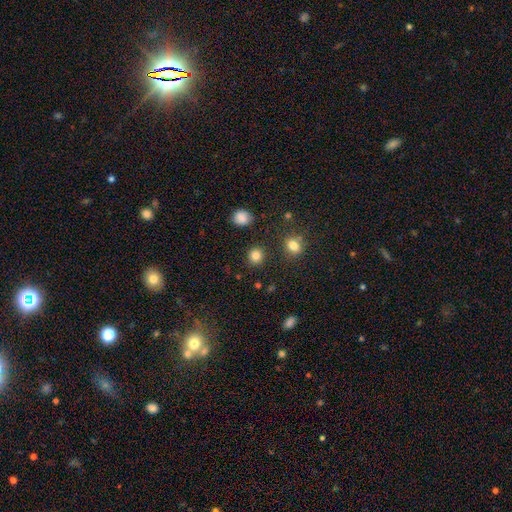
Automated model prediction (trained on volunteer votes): Morphology: type=smooth (83%); roundness=round (89%); merging=none (89%).